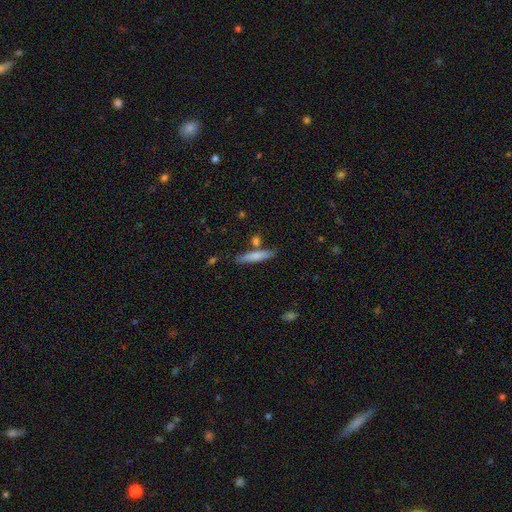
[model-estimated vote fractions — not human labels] This is likely a smooth galaxy (70%). How rounded: clearly cigar-shaped (87%). Merging: likely none (76%).